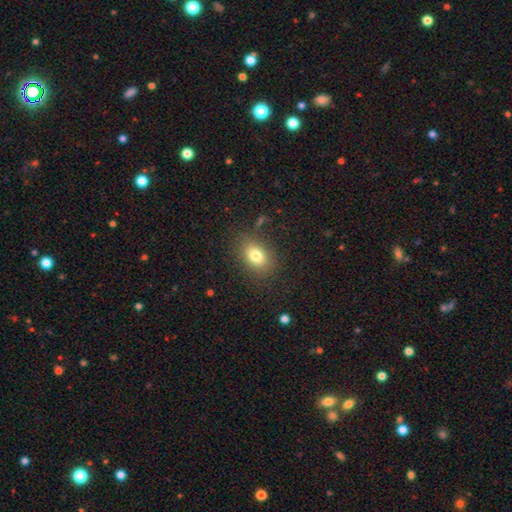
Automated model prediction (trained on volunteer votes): Overall: smooth (79%). How rounded: in between (77%). Merging: none (82%).